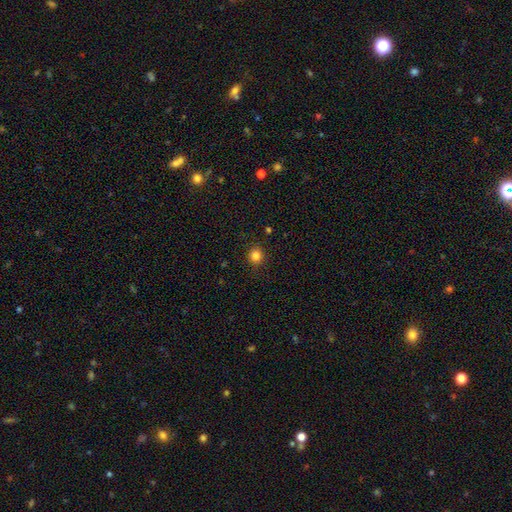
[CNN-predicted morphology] Q: Smooth or featured?
A: smooth (83%); runner-up: star or artifact (13%)
Q: How rounded?
A: round (89%); runner-up: in between (10%)
Q: Merging?
A: none (90%); runner-up: minor disturbance (7%)